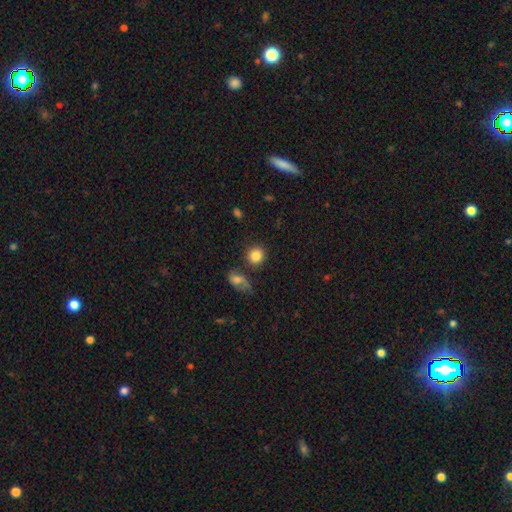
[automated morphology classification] Smooth or featured? smooth (84%)
How rounded? round (87%)
Merging? none (77%)